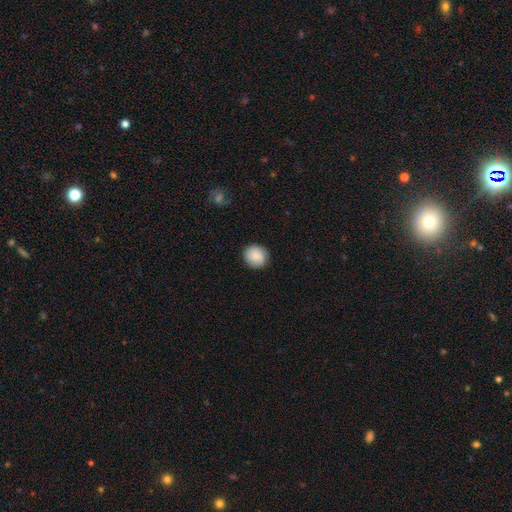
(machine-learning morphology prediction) Smooth or featured?
  - smooth: 86% *
  - star or artifact: 7%
  - featured or disk: 6%
How rounded?
  - round: 87% *
  - in between: 12%
  - cigar-shaped: 1%
Merging?
  - none: 89% *
  - minor disturbance: 8%
  - major disturbance: 2%
  - merger: 1%